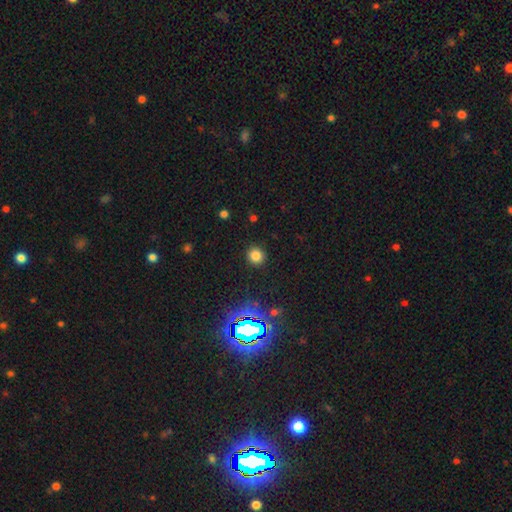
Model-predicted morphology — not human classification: A smooth galaxy with no disk features (76%) that is round (90%). Merging: none (91%).